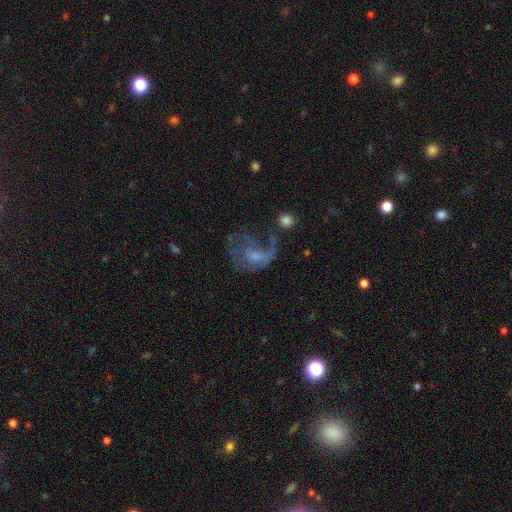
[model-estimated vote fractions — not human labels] Smooth or featured?
  - featured or disk: 58% *
  - smooth: 30%
  - star or artifact: 12%
Edge-on disk?
  - no: 97% *
  - yes: 3%
Bar?
  - no: 69% *
  - weak: 26%
  - strong: 4%
Spiral arms?
  - yes: 53% *
  - no: 47%
Bulge size?
  - small: 45% *
  - moderate: 34%
  - none: 16%
  - large: 3%
  - dominant: 1%
Merging?
  - major disturbance: 49% *
  - none: 27%
  - minor disturbance: 18%
  - merger: 6%